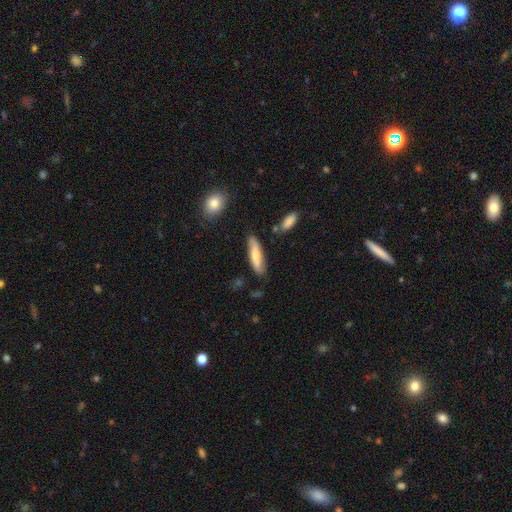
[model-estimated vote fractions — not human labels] The model was most divided on "smooth or featured": smooth: 61%, featured or disk: 33%, star or artifact: 6%. More confident: merging — none (80%); how rounded — cigar-shaped (68%).